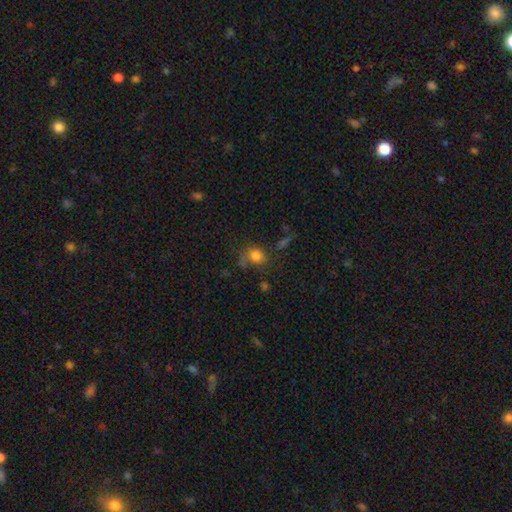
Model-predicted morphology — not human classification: smooth_or_featured: smooth (p=0.77) [alt: star or artifact p=0.14]
how_rounded: round (p=0.66) [alt: in between p=0.32]
merging: none (p=0.55) [alt: minor disturbance p=0.20]